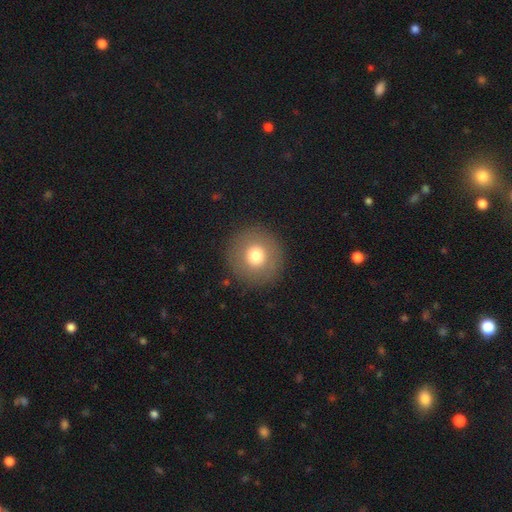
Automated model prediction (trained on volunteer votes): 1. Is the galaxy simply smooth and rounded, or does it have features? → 73% smooth, 17% featured or disk, 10% star or artifact.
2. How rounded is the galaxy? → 96% round, 3% in between, 1% cigar-shaped.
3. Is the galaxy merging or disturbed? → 90% none, 6% minor disturbance, 3% major disturbance, 1% merger.